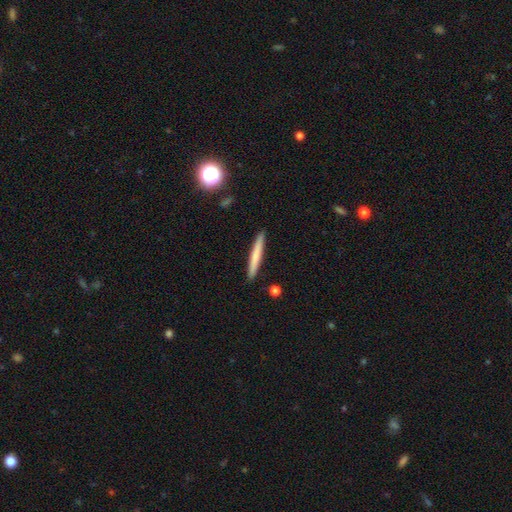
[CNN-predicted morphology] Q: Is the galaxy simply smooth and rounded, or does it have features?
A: smooth — 67%.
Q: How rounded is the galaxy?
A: cigar-shaped — 96%.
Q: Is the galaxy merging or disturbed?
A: none — 91%.